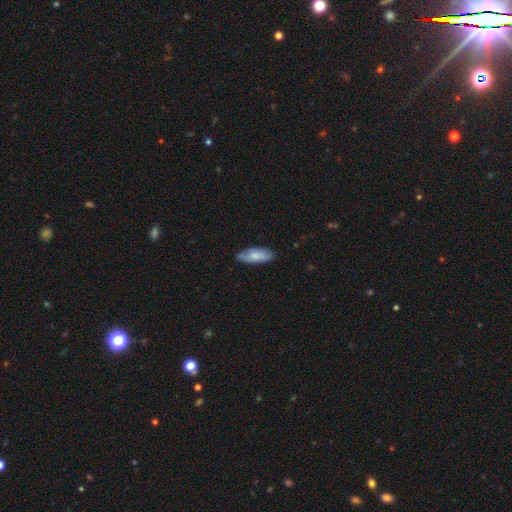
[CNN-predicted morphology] The model was most divided on "smooth or featured": smooth: 70%, featured or disk: 25%, star or artifact: 6%. More confident: merging — none (80%); how rounded — in between (72%).